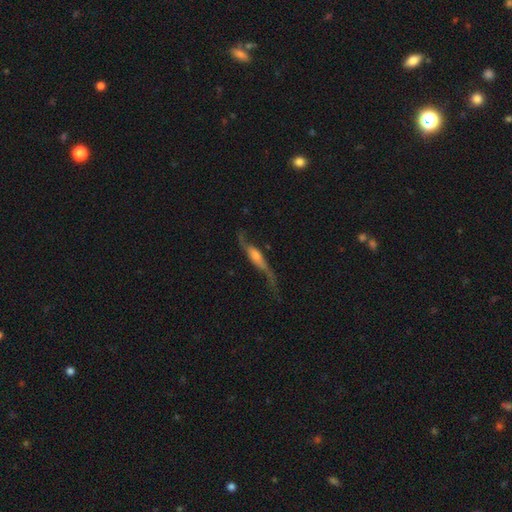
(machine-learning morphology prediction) Overall: featured or disk (75%). Edge-on disk: yes (51%; no 49%). Merging: none (52%; major disturbance 23%).